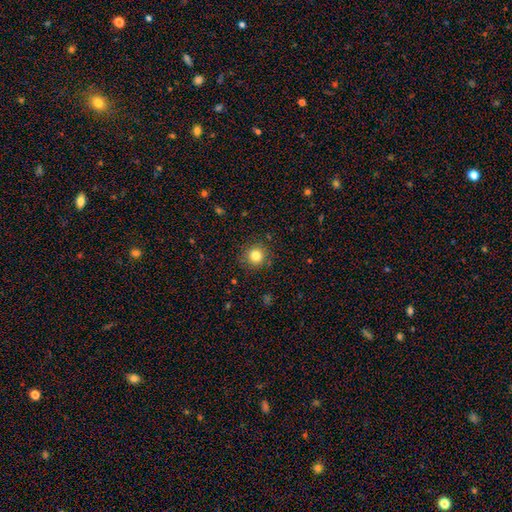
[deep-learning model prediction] smooth-or-featured: smooth: 81% | star or artifact: 12% | featured or disk: 6%
  how-rounded: round: 94% | in between: 5% | cigar-shaped: 1%
  merging: none: 89% | minor disturbance: 7% | major disturbance: 3% | merger: 1%